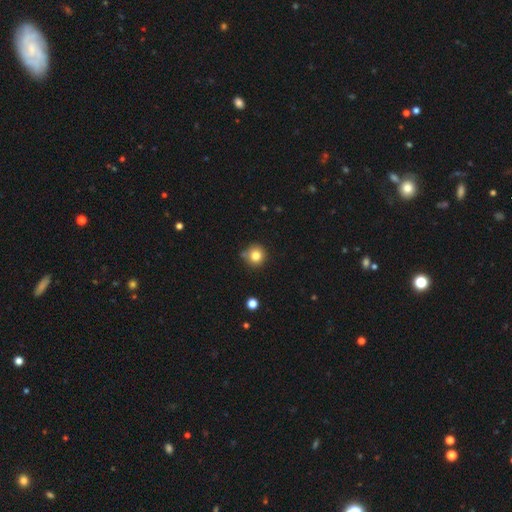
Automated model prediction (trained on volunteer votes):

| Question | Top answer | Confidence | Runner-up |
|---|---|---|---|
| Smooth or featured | smooth | 81% | star or artifact (11%) |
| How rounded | round | 93% | in between (6%) |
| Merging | none | 79% | minor disturbance (13%) |